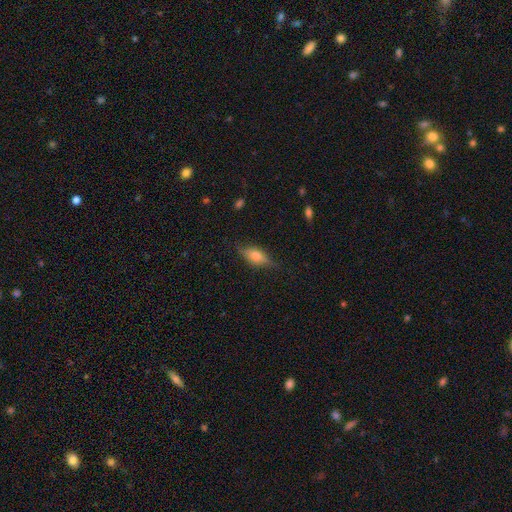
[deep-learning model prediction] smooth_or_featured: featured or disk (p=0.48) [alt: smooth p=0.43]
merging: none (p=0.77) [alt: minor disturbance p=0.17]